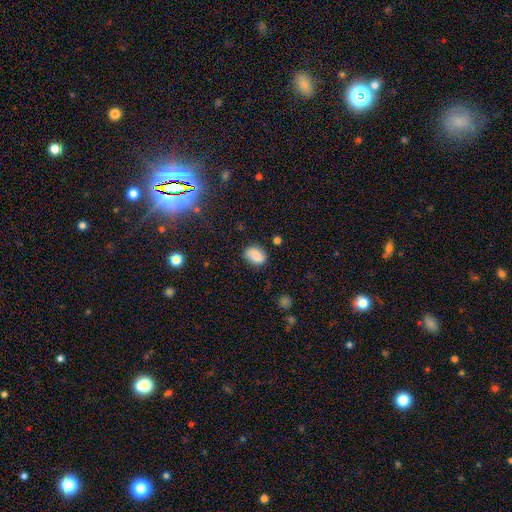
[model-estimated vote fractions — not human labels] smooth_or_featured: smooth (p=0.80) [alt: featured or disk p=0.11]
how_rounded: in between (p=0.71) [alt: round p=0.28]
merging: none (p=0.75) [alt: minor disturbance p=0.17]